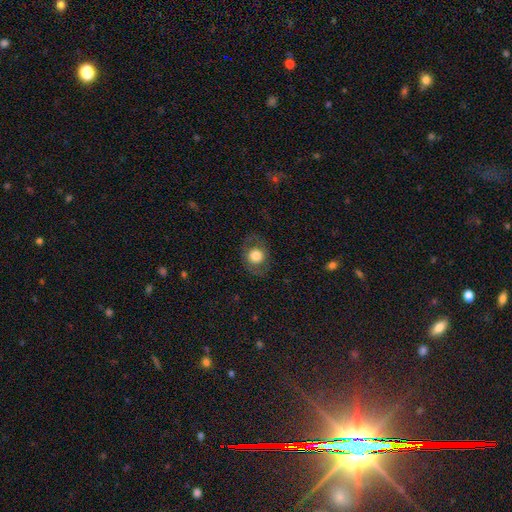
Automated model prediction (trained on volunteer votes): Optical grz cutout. It shows a smooth galaxy with no disk features (66%) that is round (71%). Merging: none (76%).